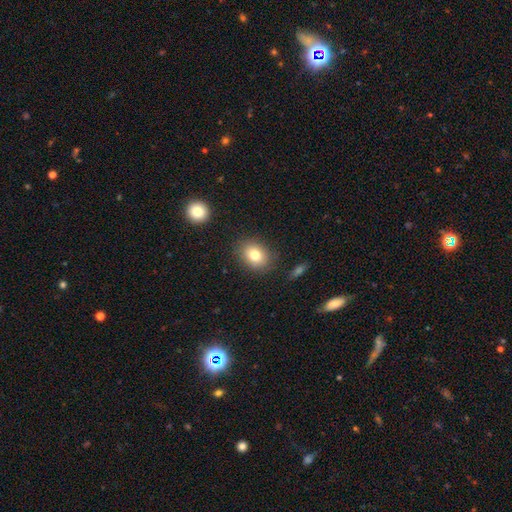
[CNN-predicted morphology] type=smooth (77%); roundness=in between (56%); merging=none (88%).